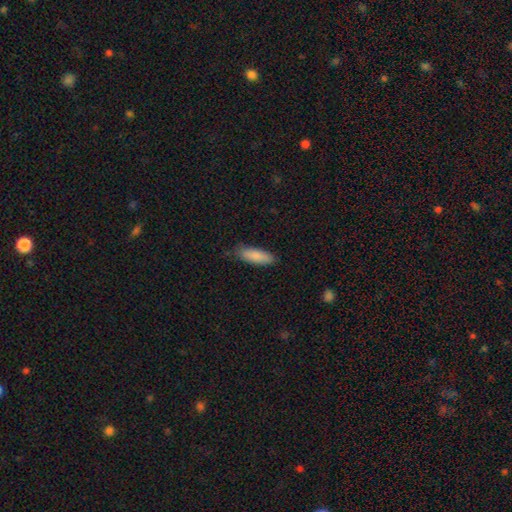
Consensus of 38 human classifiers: This is clearly a smooth galaxy (89%). How rounded: likely cigar-shaped (62%). Merging: clearly none (89%).